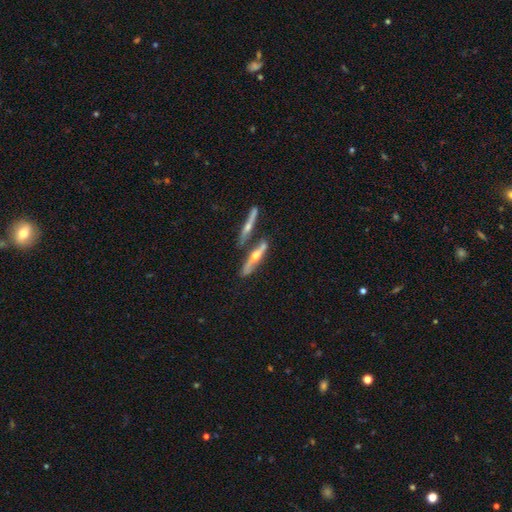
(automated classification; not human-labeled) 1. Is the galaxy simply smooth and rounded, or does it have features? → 72% featured or disk, 22% smooth, 6% star or artifact.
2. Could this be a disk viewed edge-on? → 90% yes, 10% no.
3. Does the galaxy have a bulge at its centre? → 93% rounded, 4% none, 3% boxy.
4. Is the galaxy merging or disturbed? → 54% none, 28% merger, 13% minor disturbance, 5% major disturbance.